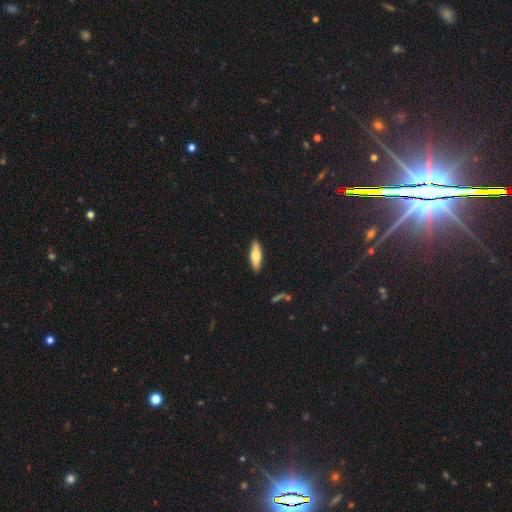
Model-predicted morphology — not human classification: This appears to be a smooth galaxy with no disk features (64%) that is cigar-shaped (57%). Merging: none (89%).